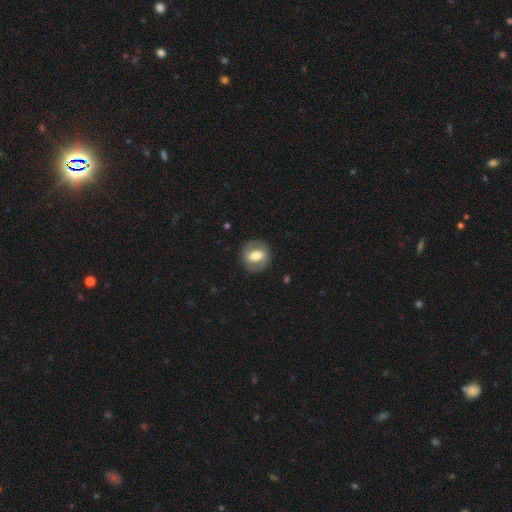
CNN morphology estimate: Q: Smooth or featured?
A: smooth (49%); runner-up: featured or disk (45%)
Q: Merging?
A: none (83%); runner-up: minor disturbance (11%)